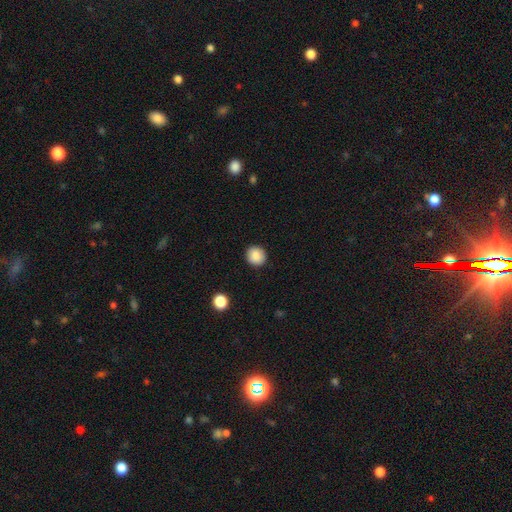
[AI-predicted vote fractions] Smooth or featured: smooth — 88% (star or artifact — 9%)
How rounded: round — 91% (in between — 8%)
Merging: none — 92% (minor disturbance — 5%)